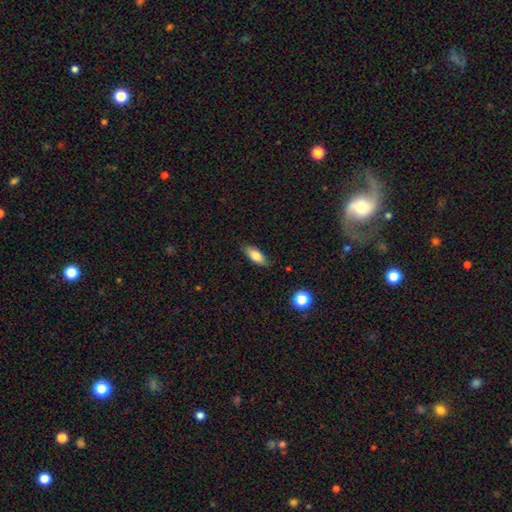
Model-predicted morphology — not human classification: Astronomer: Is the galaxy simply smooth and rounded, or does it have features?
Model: smooth — 78%.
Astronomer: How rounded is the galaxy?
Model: in between — 76%.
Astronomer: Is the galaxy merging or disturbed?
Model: none — 82%.